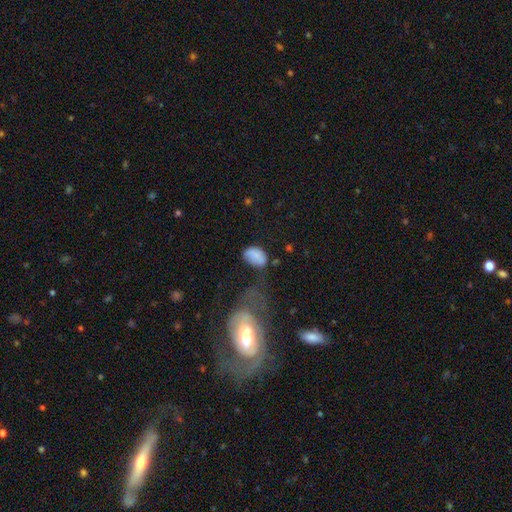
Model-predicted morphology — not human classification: smooth-or-featured: smooth: 78% | featured or disk: 12% | star or artifact: 10%
  how-rounded: in between: 87% | round: 12% | cigar-shaped: 1%
  merging: none: 45% | minor disturbance: 30% | major disturbance: 16% | merger: 9%